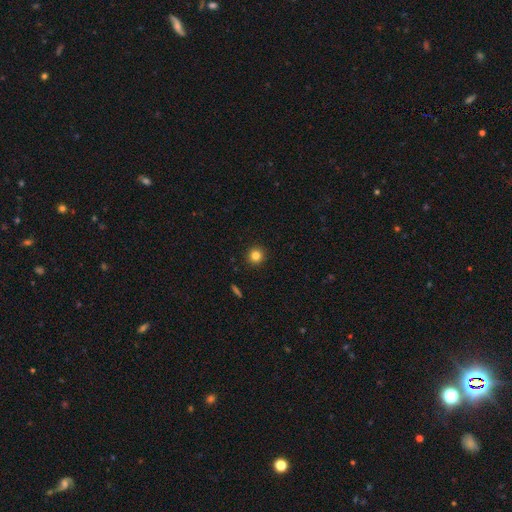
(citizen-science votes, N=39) Morphology: type=smooth (79%); roundness=round (100%); merging=none (85%).